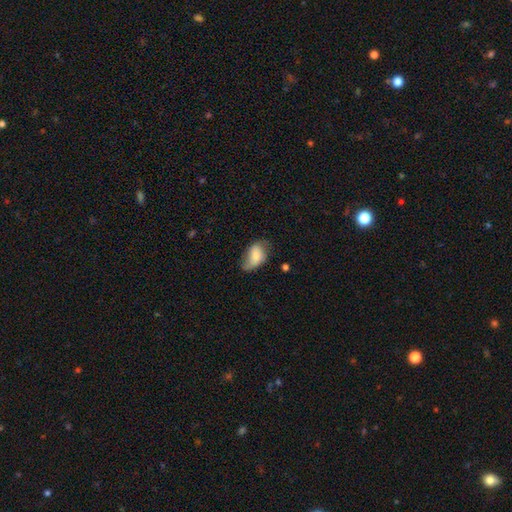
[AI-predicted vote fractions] smooth-or-featured: smooth: 69% | featured or disk: 23% | star or artifact: 8%
  how-rounded: in between: 90% | round: 8% | cigar-shaped: 2%
  merging: none: 42% | minor disturbance: 38% | major disturbance: 18% | merger: 3%